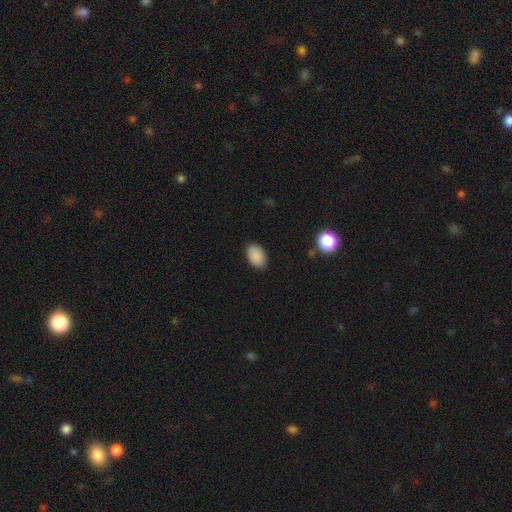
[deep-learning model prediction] Morphology: type=smooth (88%); roundness=in between (89%); merging=none (85%).